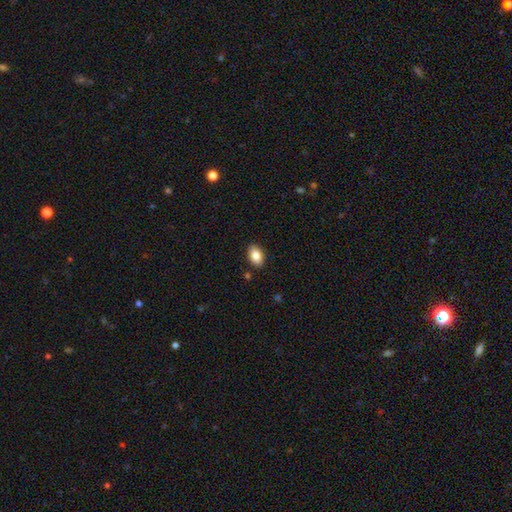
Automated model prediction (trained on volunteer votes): A smooth galaxy with no disk features (85%) that is in between round and cigar-shaped (89%). Merging: none (88%).